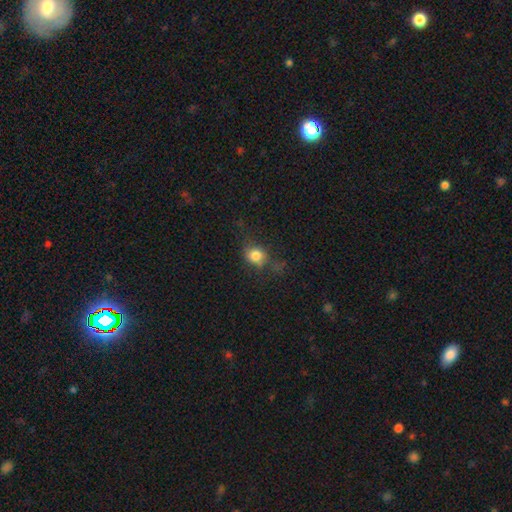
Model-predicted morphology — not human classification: smooth_or_featured: smooth (p=0.78) [alt: star or artifact p=0.12]
how_rounded: round (p=0.62) [alt: in between p=0.37]
merging: none (p=0.57) [alt: minor disturbance p=0.26]